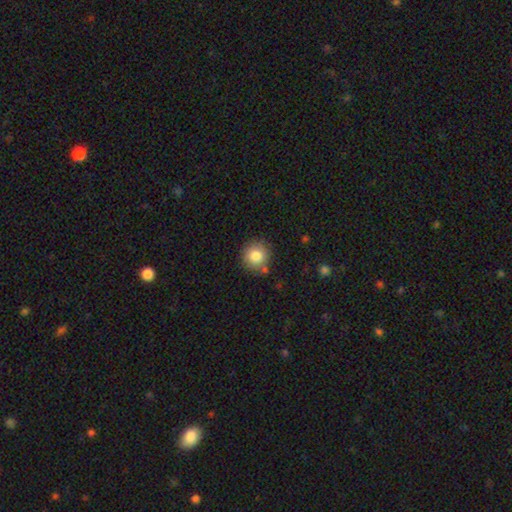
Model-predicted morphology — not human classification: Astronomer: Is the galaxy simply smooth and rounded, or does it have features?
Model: smooth — 83%.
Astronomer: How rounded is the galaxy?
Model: round — 92%.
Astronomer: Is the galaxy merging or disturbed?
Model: none — 79%.